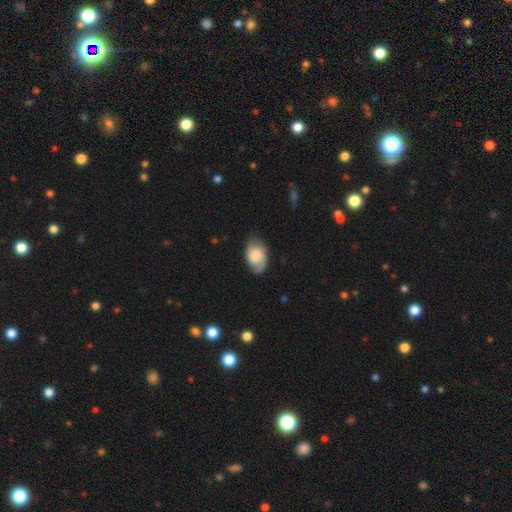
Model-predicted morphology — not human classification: This appears to be a smooth galaxy with no disk features (55%) that is in between round and cigar-shaped (88%). Merging: none (70%).